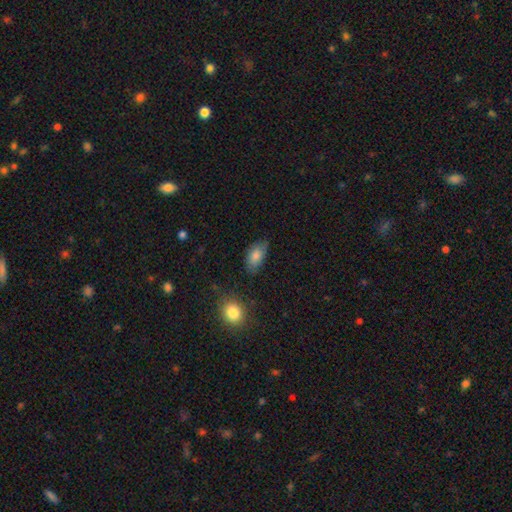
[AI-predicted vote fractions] This appears to be a smooth galaxy with no disk features (82%) that is in between round and cigar-shaped (91%). Merging: none (69%).